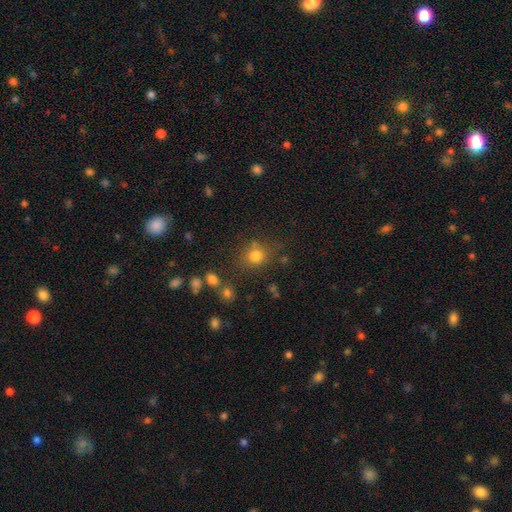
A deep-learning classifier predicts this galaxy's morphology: Smooth or featured? smooth (79%)
How rounded? round (83%)
Merging? none (74%)